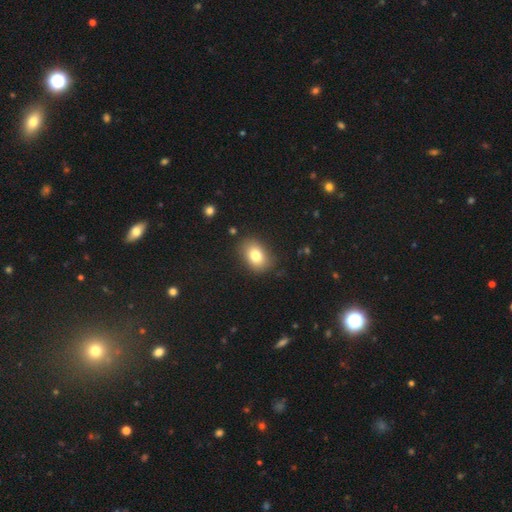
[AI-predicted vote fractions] This appears to be a smooth galaxy with no disk features (80%) that is in between round and cigar-shaped (72%). Merging: none (83%).